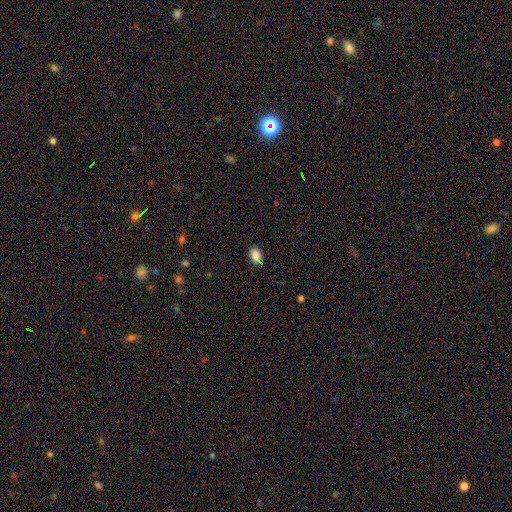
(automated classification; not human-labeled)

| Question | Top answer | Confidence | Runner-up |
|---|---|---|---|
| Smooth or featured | smooth | 83% | star or artifact (11%) |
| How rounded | in between | 85% | round (13%) |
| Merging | none | 69% | minor disturbance (22%) |